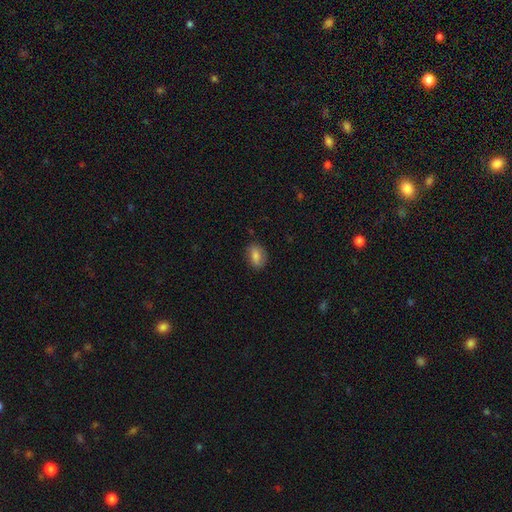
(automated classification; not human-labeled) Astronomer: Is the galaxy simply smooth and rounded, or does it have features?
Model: smooth — 73%.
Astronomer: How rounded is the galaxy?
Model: in between — 76%.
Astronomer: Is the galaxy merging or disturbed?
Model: none — 78%.